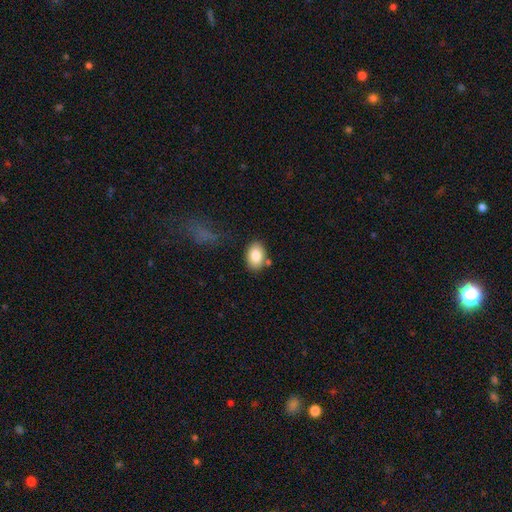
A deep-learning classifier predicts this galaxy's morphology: Smooth or featured: smooth — 83% (featured or disk — 9%)
How rounded: in between — 83% (round — 16%)
Merging: none — 77% (minor disturbance — 13%)